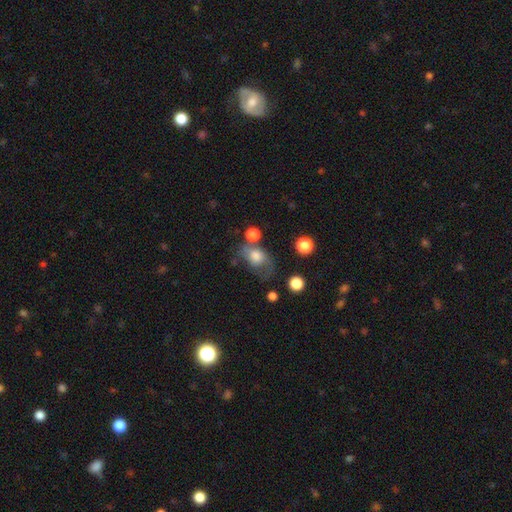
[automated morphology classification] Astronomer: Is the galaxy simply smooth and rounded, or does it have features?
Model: smooth — 66%.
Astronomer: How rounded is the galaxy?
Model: in between — 60% (runner-up: round, 39%).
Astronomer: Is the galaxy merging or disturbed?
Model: none — 37% (runner-up: major disturbance, 26%).